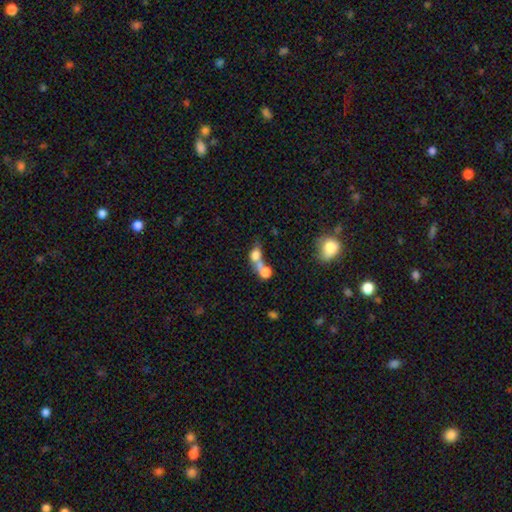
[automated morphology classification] Smooth or featured? Predicted: smooth (p=0.69). How rounded? Predicted: in between (p=0.51). Merging? Predicted: merger (p=0.69).